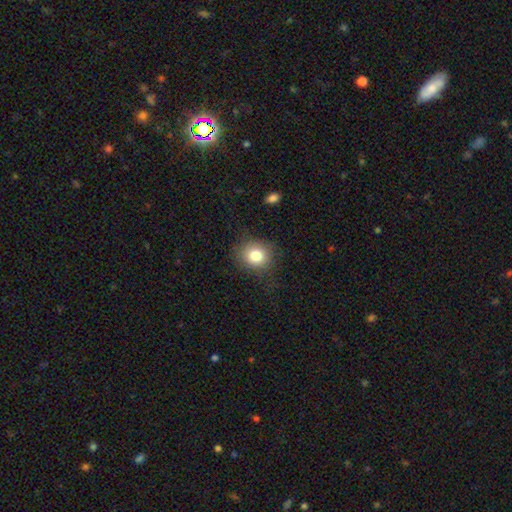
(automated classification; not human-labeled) The model was most divided on "how rounded": round: 79%, in between: 20%, cigar-shaped: 1%. More confident: merging — none (81%); smooth or featured — smooth (80%).